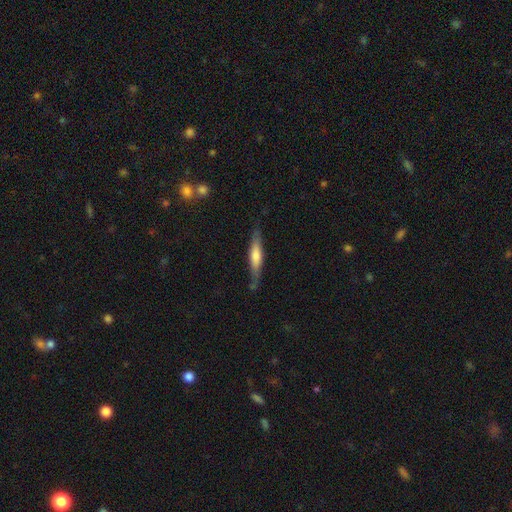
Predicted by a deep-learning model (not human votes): A smooth galaxy with no disk features (55%) that is cigar-shaped (84%). Merging: none (77%).